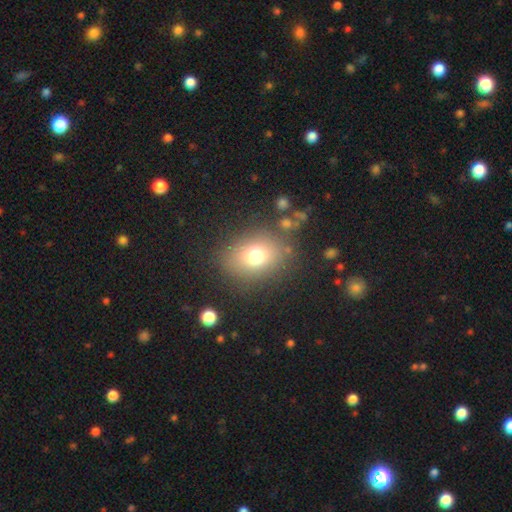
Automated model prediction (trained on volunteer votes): Smooth or featured? Predicted: smooth (p=0.74). How rounded? Predicted: round (p=0.50). Merging? Predicted: none (p=0.80).